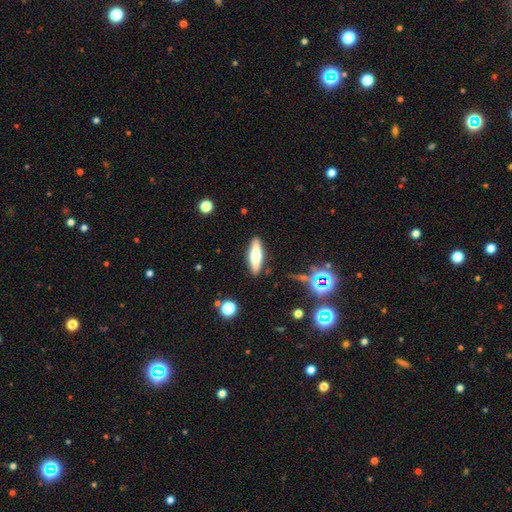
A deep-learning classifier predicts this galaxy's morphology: The model was most divided on "smooth or featured": smooth: 50%, featured or disk: 42%, star or artifact: 8%. More confident: merging — none (88%); how rounded — cigar-shaped (62%).